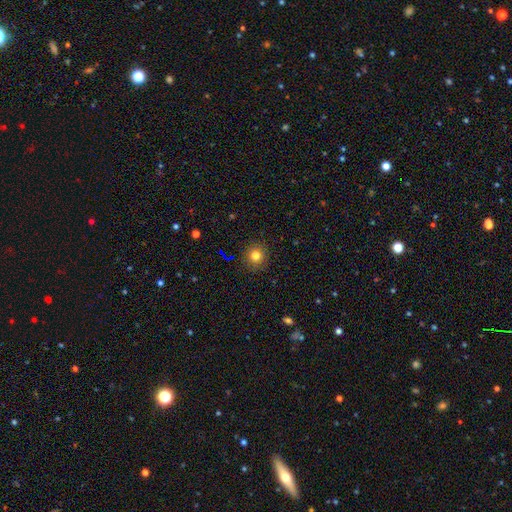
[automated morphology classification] smooth-or-featured: smooth: 80% | star or artifact: 13% | featured or disk: 7%
  how-rounded: round: 92% | in between: 7% | cigar-shaped: 1%
  merging: none: 91% | minor disturbance: 6% | major disturbance: 2% | merger: 1%